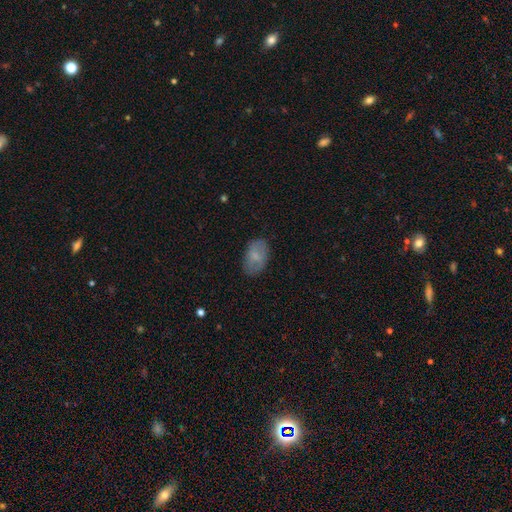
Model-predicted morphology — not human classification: Q: Smooth or featured?
A: smooth (74%); runner-up: featured or disk (19%)
Q: How rounded?
A: in between (91%); runner-up: round (7%)
Q: Merging?
A: none (79%); runner-up: minor disturbance (16%)